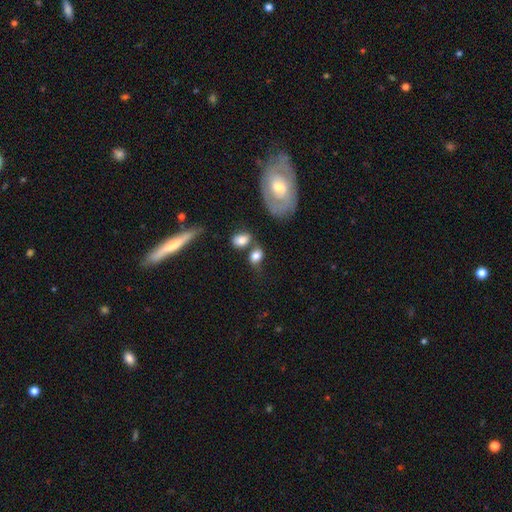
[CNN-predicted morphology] Q: Smooth or featured?
A: smooth (75%); runner-up: featured or disk (16%)
Q: How rounded?
A: in between (71%); runner-up: round (26%)
Q: Merging?
A: none (39%); runner-up: merger (29%)